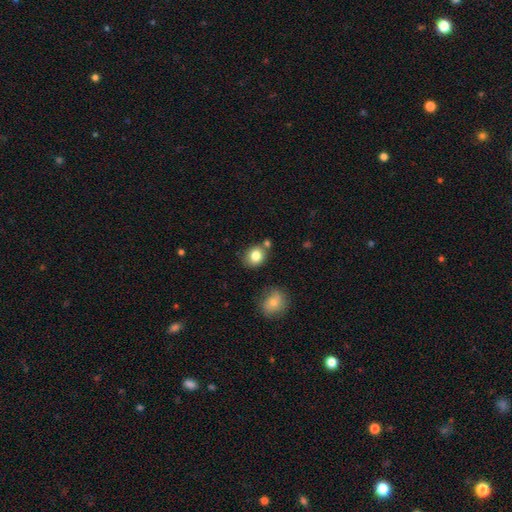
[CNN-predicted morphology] type=smooth (82%); roundness=round (63%); merging=none (72%).